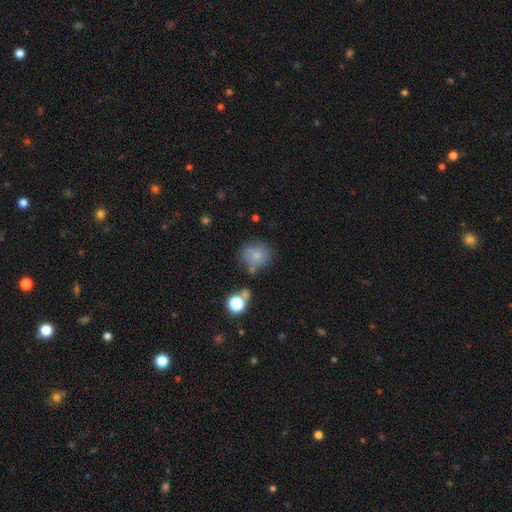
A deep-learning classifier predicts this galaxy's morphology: This is likely a smooth galaxy (75%). How rounded: clearly round (80%). Merging: possibly none (56%).